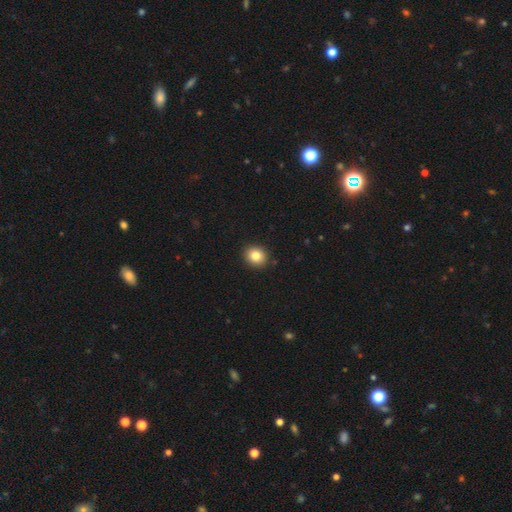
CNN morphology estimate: Smooth or featured: smooth — 84% (star or artifact — 9%)
How rounded: round — 69% (in between — 30%)
Merging: none — 91% (minor disturbance — 6%)